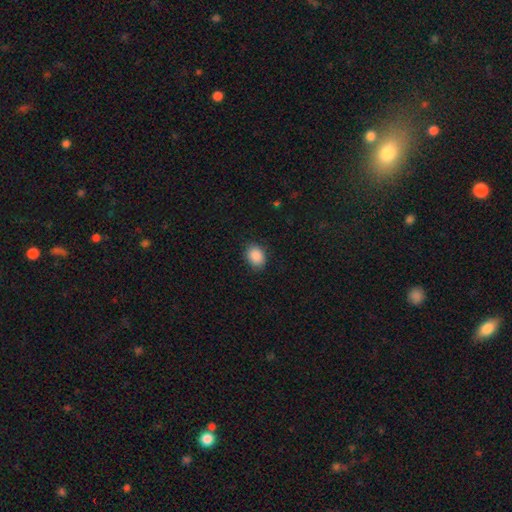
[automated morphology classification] Smooth or featured? Predicted: smooth (p=0.89). How rounded? Predicted: in between (p=0.66). Merging? Predicted: none (p=0.85).